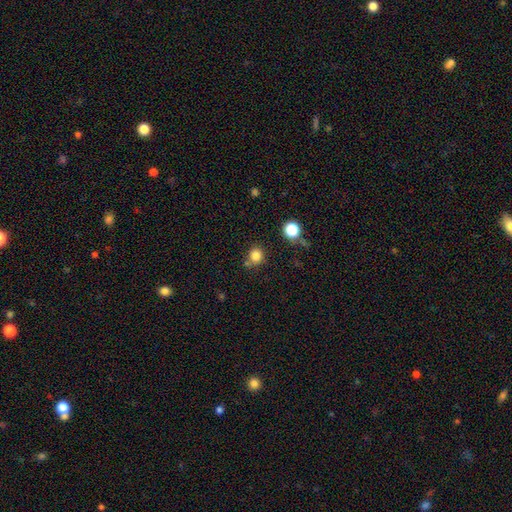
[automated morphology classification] Smooth or featured?
  - smooth: 82% *
  - star or artifact: 13%
  - featured or disk: 5%
How rounded?
  - round: 83% *
  - in between: 16%
  - cigar-shaped: 1%
Merging?
  - none: 73% *
  - minor disturbance: 12%
  - merger: 12%
  - major disturbance: 4%